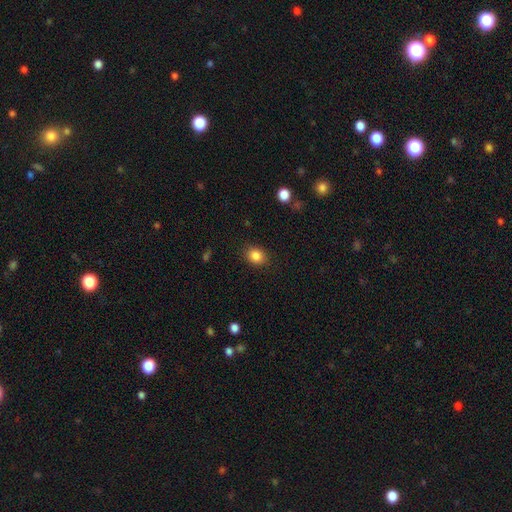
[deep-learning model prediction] The model was most divided on "how rounded": round: 52%, in between: 47%, cigar-shaped: 1%. More confident: merging — none (87%); smooth or featured — smooth (86%).